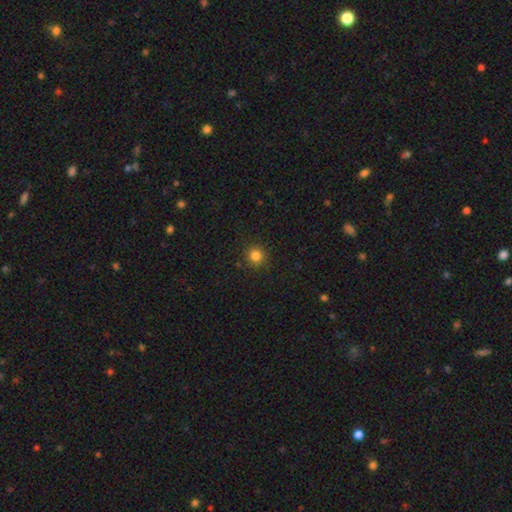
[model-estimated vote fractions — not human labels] smooth 83%, star or artifact 13%, featured or disk 5%. Down the decision tree: how rounded — round (91%); merging — none (89%).